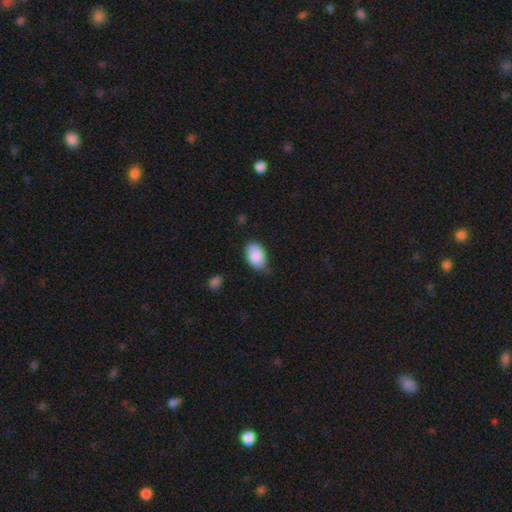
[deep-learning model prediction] The model was most divided on "merging": none: 65%, minor disturbance: 28%, major disturbance: 5%, merger: 2%. More confident: how rounded — in between (91%); smooth or featured — smooth (88%).